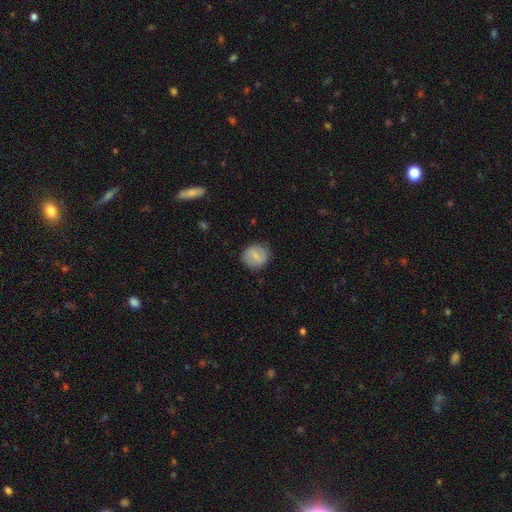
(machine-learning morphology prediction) smooth-or-featured: smooth: 69% | featured or disk: 24% | star or artifact: 7%
  how-rounded: round: 80% | in between: 19% | cigar-shaped: 1%
  merging: none: 83% | minor disturbance: 12% | major disturbance: 4% | merger: 1%